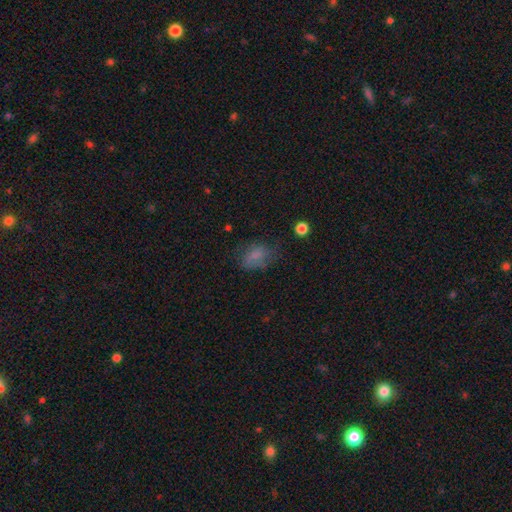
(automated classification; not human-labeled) Smooth or featured?
  - smooth: 70% *
  - featured or disk: 17%
  - star or artifact: 13%
How rounded?
  - in between: 80% *
  - round: 18%
  - cigar-shaped: 2%
Merging?
  - none: 52% *
  - minor disturbance: 27%
  - major disturbance: 18%
  - merger: 2%